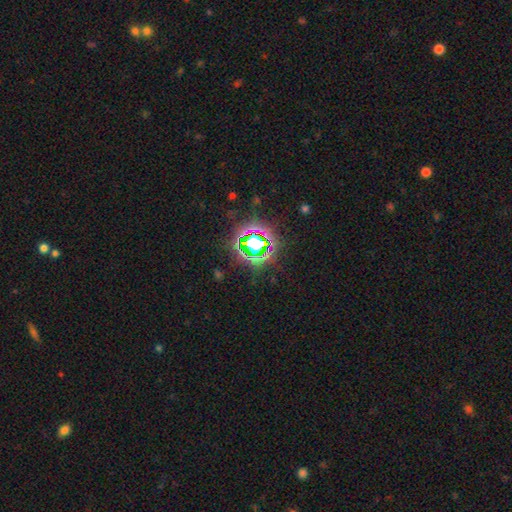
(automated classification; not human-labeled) The model was most divided on "smooth or featured": star or artifact: 79%, smooth: 13%, featured or disk: 8%.